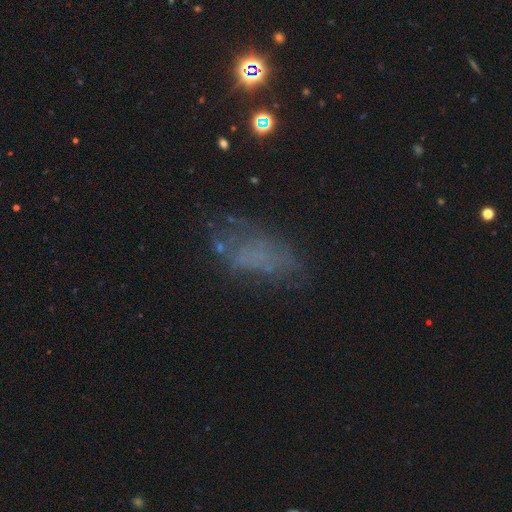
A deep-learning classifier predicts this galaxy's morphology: Overall: smooth (43%; featured or disk 33%). Merging: none (51%; major disturbance 22%).